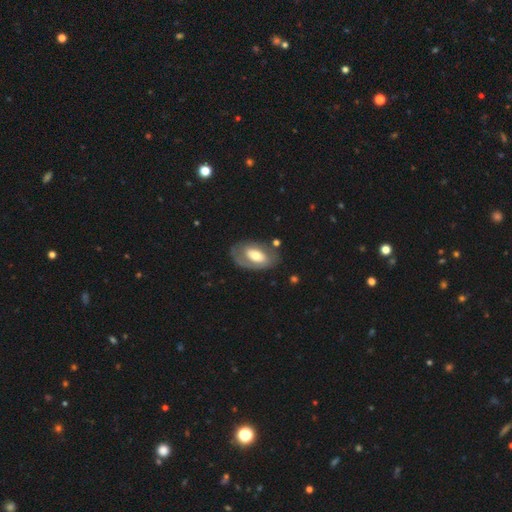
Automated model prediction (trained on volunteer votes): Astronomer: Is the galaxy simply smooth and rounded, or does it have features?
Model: featured or disk — 54% (runner-up: smooth, 41%).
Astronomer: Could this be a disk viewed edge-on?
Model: no — 91%.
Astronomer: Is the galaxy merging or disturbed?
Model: none — 66%.